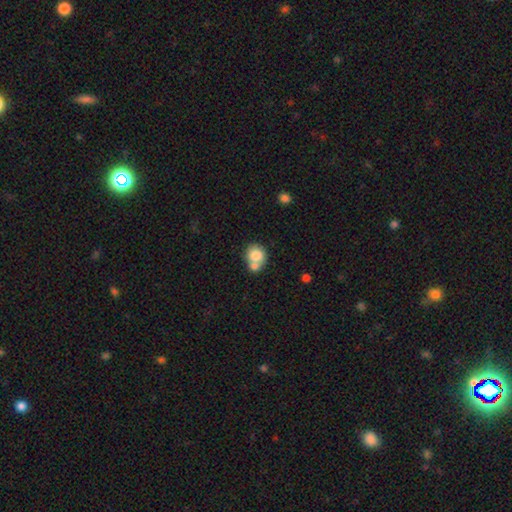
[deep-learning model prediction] Smooth or featured?
  - smooth: 78% *
  - featured or disk: 13%
  - star or artifact: 8%
How rounded?
  - round: 77% *
  - in between: 22%
  - cigar-shaped: 1%
Merging?
  - merger: 46% *
  - none: 41%
  - minor disturbance: 10%
  - major disturbance: 3%